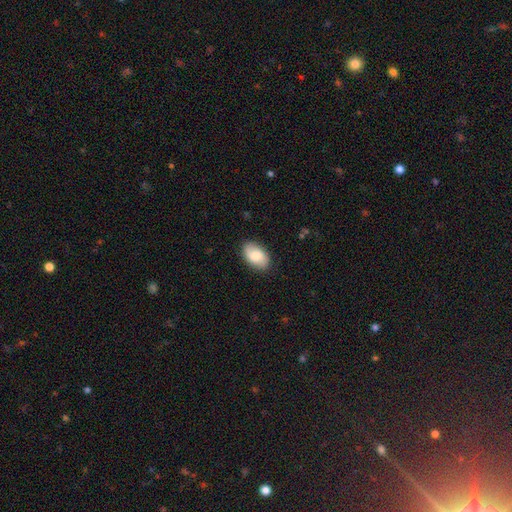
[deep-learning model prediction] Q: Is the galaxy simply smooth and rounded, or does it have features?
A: smooth — 71%.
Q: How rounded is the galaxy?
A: in between — 93%.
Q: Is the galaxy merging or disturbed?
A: none — 84%.